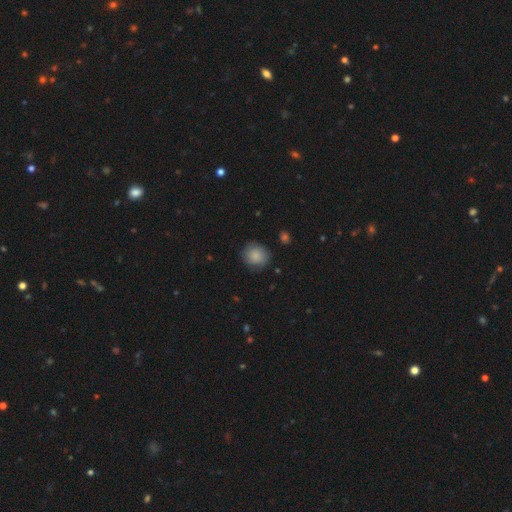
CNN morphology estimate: The model was most divided on "merging": none: 80%, minor disturbance: 15%, major disturbance: 4%, merger: 1%. More confident: smooth or featured — smooth (85%); how rounded — round (84%).